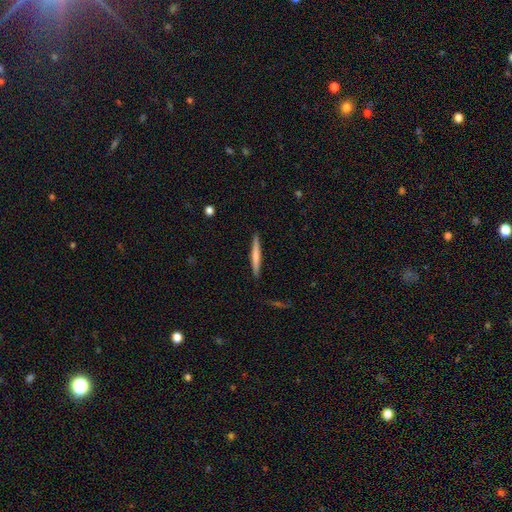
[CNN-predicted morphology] This appears to be a smooth galaxy with no disk features (62%) that is cigar-shaped (96%). Merging: none (91%).